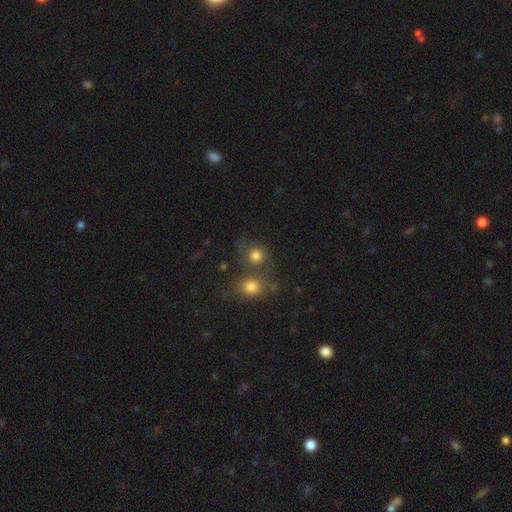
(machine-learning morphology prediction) smooth-or-featured: smooth: 78% | star or artifact: 13% | featured or disk: 9%
  how-rounded: round: 81% | in between: 18% | cigar-shaped: 1%
  merging: none: 51% | merger: 34% | minor disturbance: 10% | major disturbance: 5%